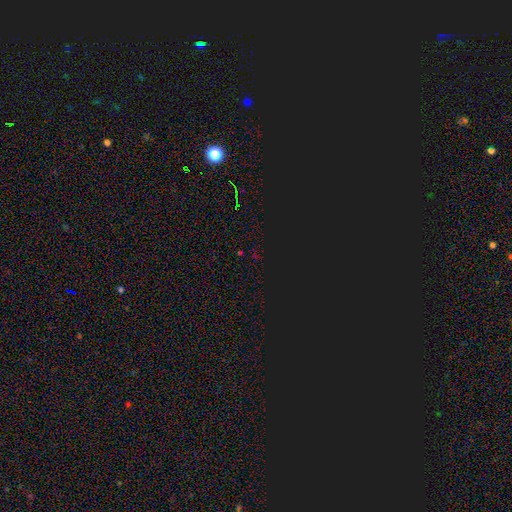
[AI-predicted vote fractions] Q: Smooth or featured?
A: star or artifact (79%); runner-up: smooth (15%)